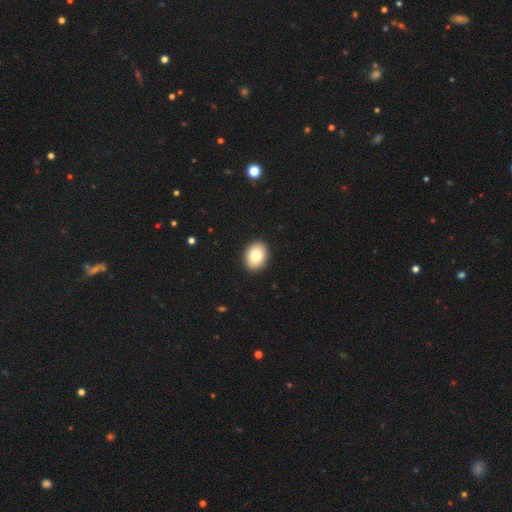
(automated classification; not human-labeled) A smooth galaxy with no disk features (81%) that is in between round and cigar-shaped (65%).

Vote fractions:
- Smooth or featured? smooth: 81% / featured or disk: 11% / star or artifact: 8%
- How rounded? in between: 65% / round: 34% / cigar-shaped: 1%
- Merging? none: 92% / minor disturbance: 5% / major disturbance: 2% / merger: 1%